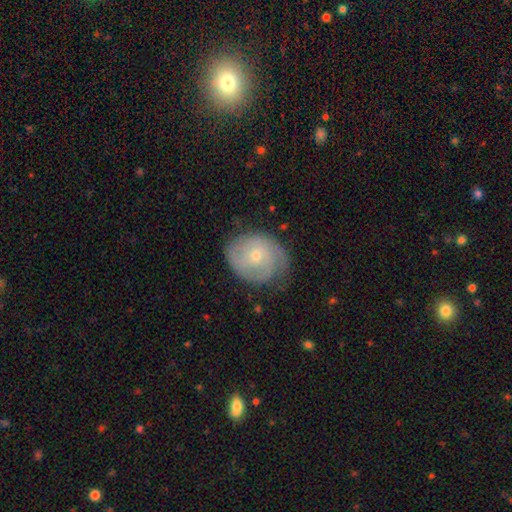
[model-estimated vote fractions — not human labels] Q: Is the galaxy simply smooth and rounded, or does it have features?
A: featured or disk — 68%.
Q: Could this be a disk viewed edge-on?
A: no — 97%.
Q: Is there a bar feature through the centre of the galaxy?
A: no — 71%.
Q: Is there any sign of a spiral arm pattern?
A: yes — 88%.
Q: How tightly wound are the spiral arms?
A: tight — 59%.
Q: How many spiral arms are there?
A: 2 — 36%.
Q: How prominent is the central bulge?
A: small — 59%.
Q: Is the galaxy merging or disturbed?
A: none — 69%.